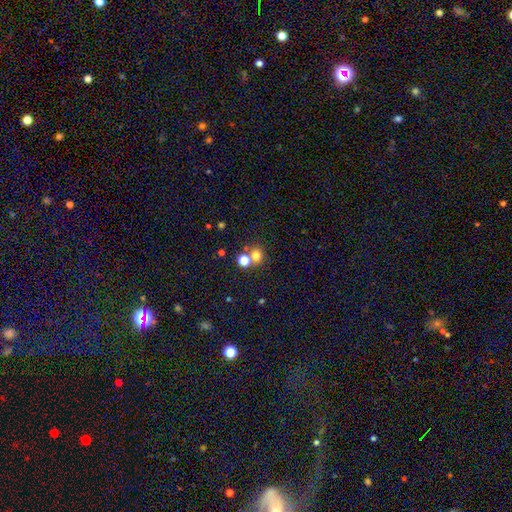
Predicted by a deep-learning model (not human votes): The model was most divided on "merging": none: 58%, merger: 30%, minor disturbance: 8%, major disturbance: 4%. More confident: how rounded — round (77%); smooth or featured — smooth (73%).